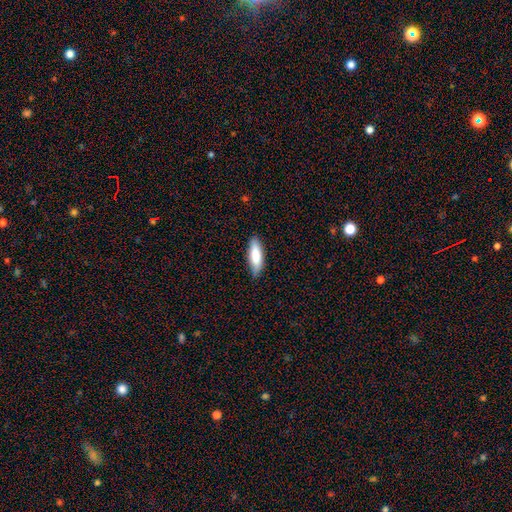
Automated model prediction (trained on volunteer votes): Smooth or featured? Predicted: smooth (p=0.80). How rounded? Predicted: in between (p=0.52). Merging? Predicted: none (p=0.83).